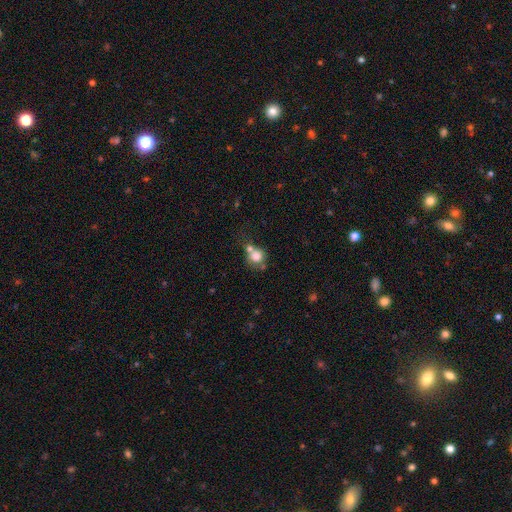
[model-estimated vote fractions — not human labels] This appears to be a smooth galaxy with no disk features (77%) that is round (82%). Merging: merger (44%).